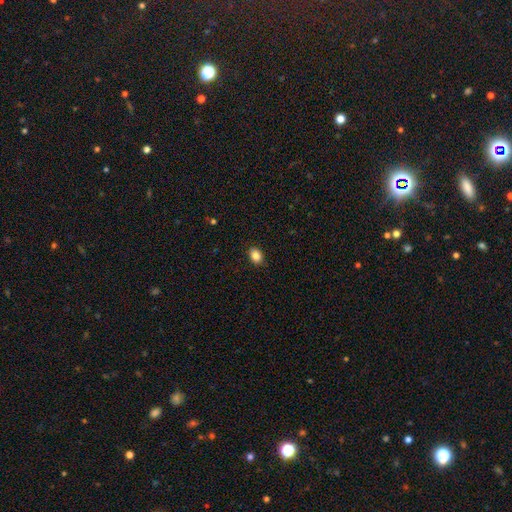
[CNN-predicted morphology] smooth-or-featured: smooth: 86% | star or artifact: 9% | featured or disk: 4%
  how-rounded: in between: 69% | round: 30% | cigar-shaped: 1%
  merging: none: 89% | minor disturbance: 8% | major disturbance: 2% | merger: 1%